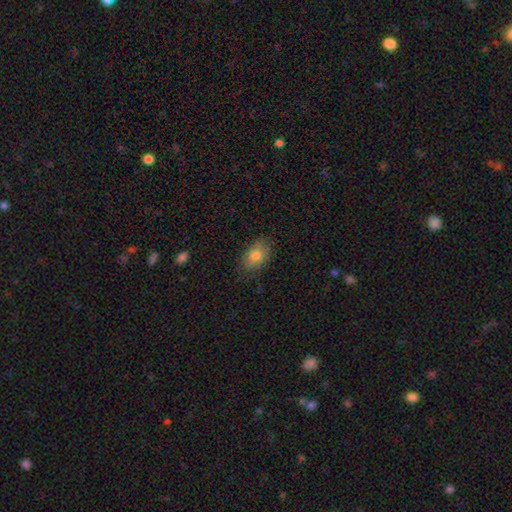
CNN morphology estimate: Smooth or featured: smooth — 81% (featured or disk — 11%)
How rounded: in between — 86% (round — 13%)
Merging: none — 79% (minor disturbance — 16%)